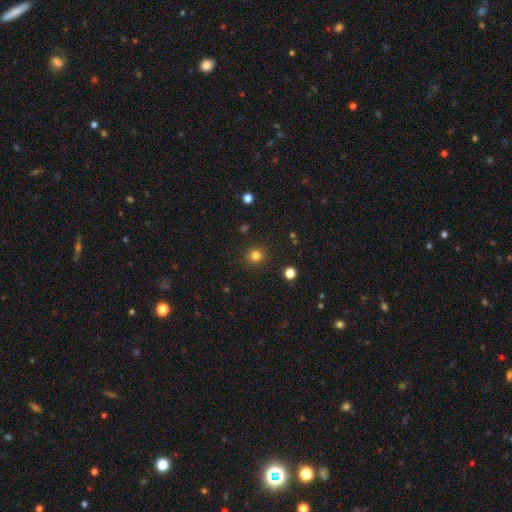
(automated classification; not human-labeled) Smooth or featured? smooth (81%)
How rounded? round (92%)
Merging? none (90%)